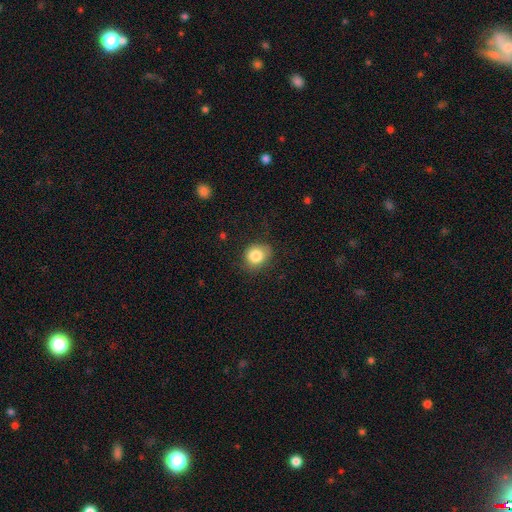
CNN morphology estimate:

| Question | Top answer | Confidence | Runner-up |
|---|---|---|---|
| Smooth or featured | smooth | 84% | star or artifact (9%) |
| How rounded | round | 71% | in between (29%) |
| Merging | none | 74% | minor disturbance (19%) |